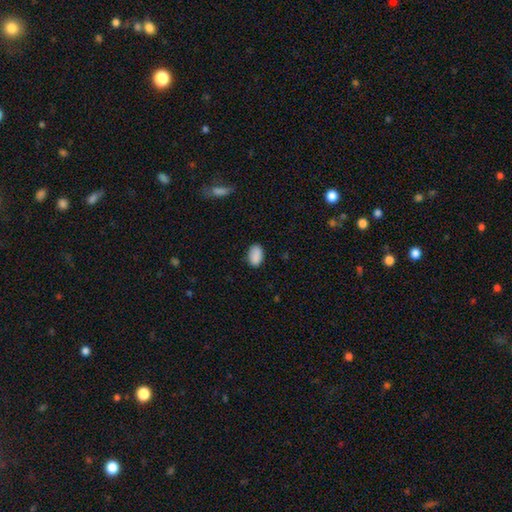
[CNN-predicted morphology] A smooth galaxy with no disk features (89%) that is in between round and cigar-shaped (90%). Merging: none (82%).